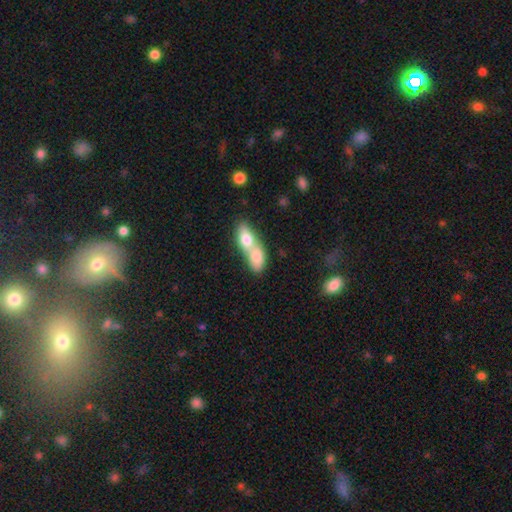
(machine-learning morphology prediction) Smooth or featured?
  - smooth: 72% *
  - featured or disk: 21%
  - star or artifact: 7%
How rounded?
  - in between: 75% *
  - round: 15%
  - cigar-shaped: 11%
Merging?
  - merger: 81% *
  - none: 12%
  - minor disturbance: 4%
  - major disturbance: 3%